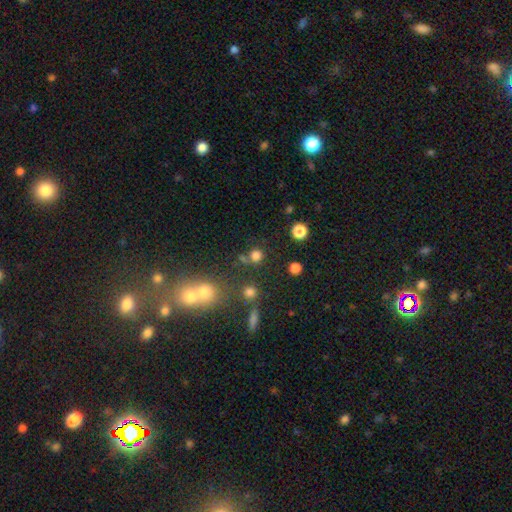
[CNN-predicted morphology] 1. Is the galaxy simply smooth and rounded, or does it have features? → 76% smooth, 18% star or artifact, 6% featured or disk.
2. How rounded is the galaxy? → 90% round, 9% in between, 1% cigar-shaped.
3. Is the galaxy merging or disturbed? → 71% none, 15% merger, 9% minor disturbance, 5% major disturbance.